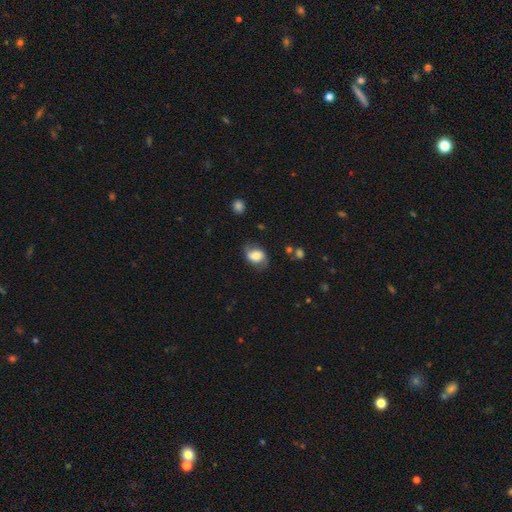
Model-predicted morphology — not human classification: Smooth or featured: smooth — 53% (featured or disk — 39%)
How rounded: in between — 71% (round — 27%)
Merging: none — 62% (minor disturbance — 25%)